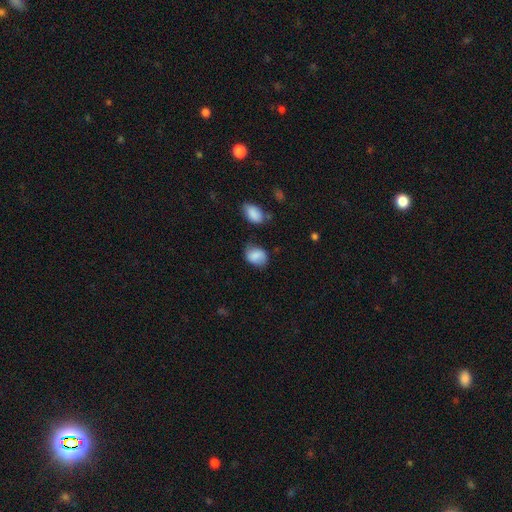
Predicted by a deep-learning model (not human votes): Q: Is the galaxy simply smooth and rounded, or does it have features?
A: smooth — 79%.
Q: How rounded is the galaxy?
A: in between — 65%.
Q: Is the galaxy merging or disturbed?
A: none — 64%.